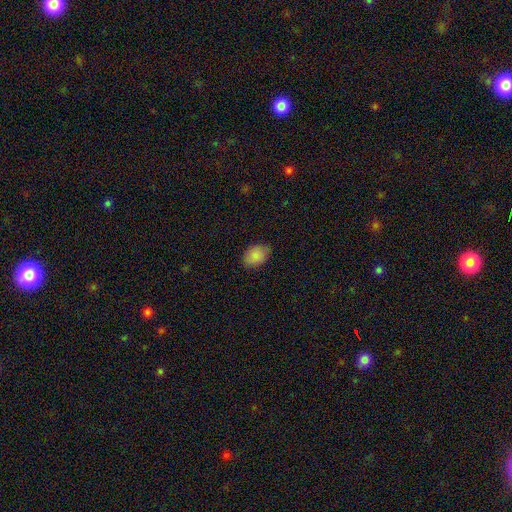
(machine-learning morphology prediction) type=smooth (86%); roundness=in between (78%); merging=none (79%).